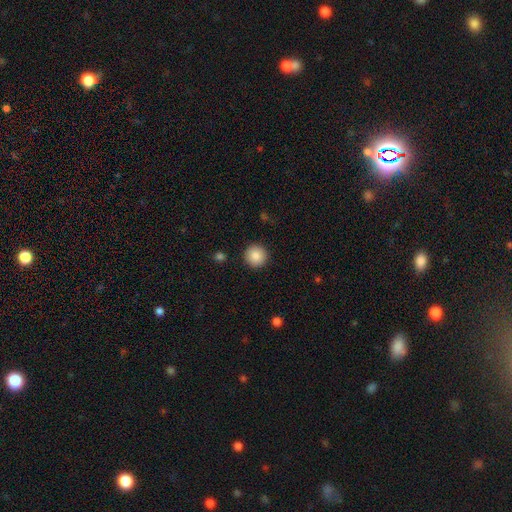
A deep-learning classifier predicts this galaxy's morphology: smooth-or-featured: smooth: 87% | star or artifact: 9% | featured or disk: 5%
  how-rounded: round: 95% | in between: 4% | cigar-shaped: 1%
  merging: none: 92% | minor disturbance: 5% | major disturbance: 2% | merger: 1%